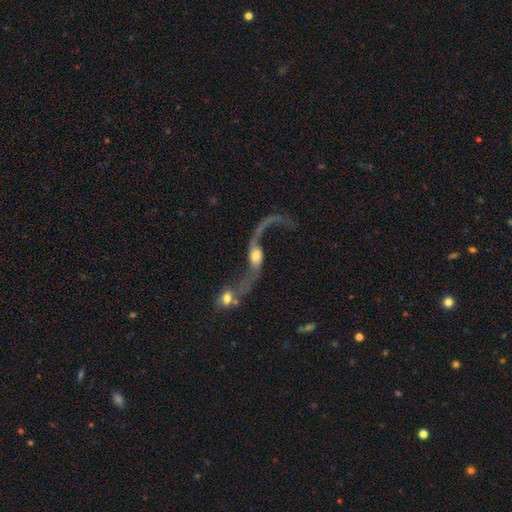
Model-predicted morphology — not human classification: Overall: featured or disk (76%). Edge-on disk: no (91%). Bar: no (53%; weak 33%). Spiral arms: yes (86%). Spiral arm count: 2 (82%). Spiral winding: loose (95%). Bulge size: moderate (46%; large 22%). Merging: merger (55%; none 19%).